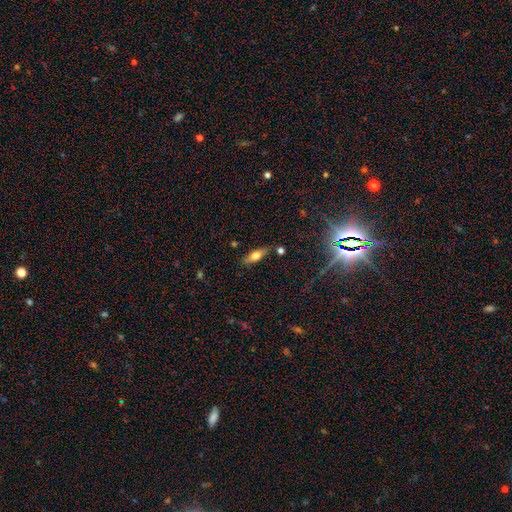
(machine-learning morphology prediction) smooth-or-featured: smooth: 60% | featured or disk: 33% | star or artifact: 8%
  how-rounded: in between: 57% | cigar-shaped: 40% | round: 3%
  merging: none: 79% | minor disturbance: 14% | merger: 4% | major disturbance: 3%